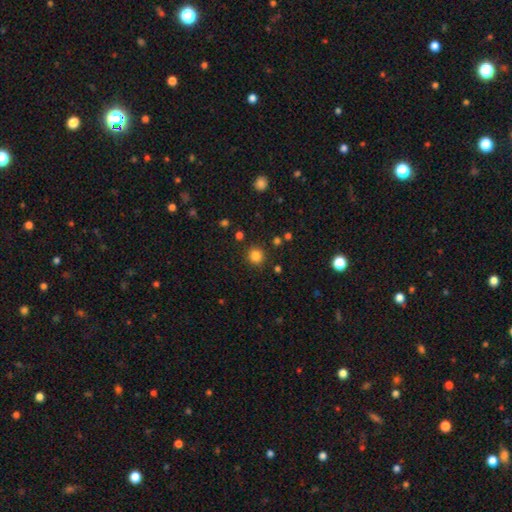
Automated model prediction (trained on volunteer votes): Smooth or featured? smooth (83%)
How rounded? round (92%)
Merging? none (89%)